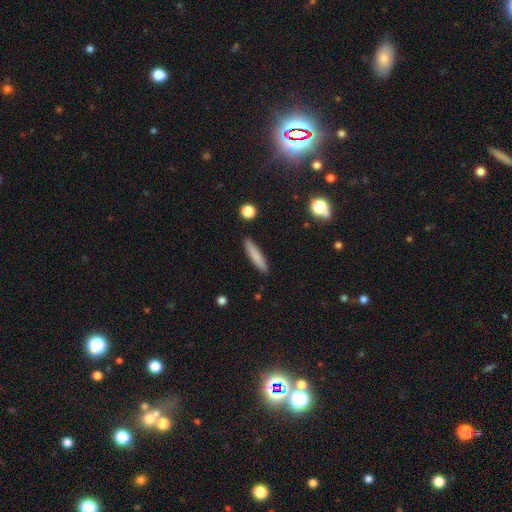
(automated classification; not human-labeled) smooth_or_featured: smooth (p=0.80) [alt: featured or disk p=0.13]
how_rounded: cigar-shaped (p=0.89) [alt: in between p=0.10]
merging: none (p=0.90) [alt: minor disturbance p=0.07]